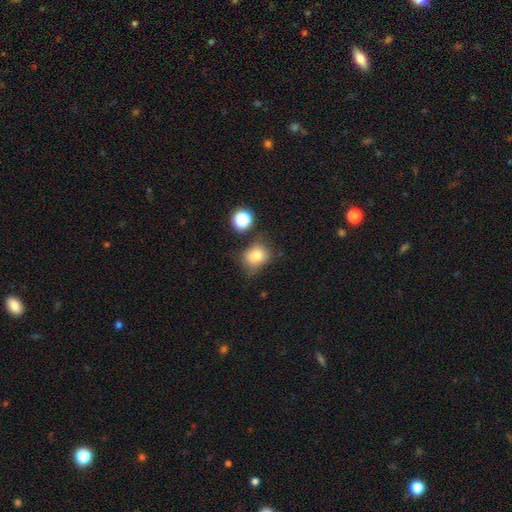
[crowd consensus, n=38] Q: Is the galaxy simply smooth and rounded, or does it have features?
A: smooth — 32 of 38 (84%).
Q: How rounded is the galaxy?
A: round — 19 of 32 (59%).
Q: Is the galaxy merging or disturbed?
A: none — 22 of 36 (61%).